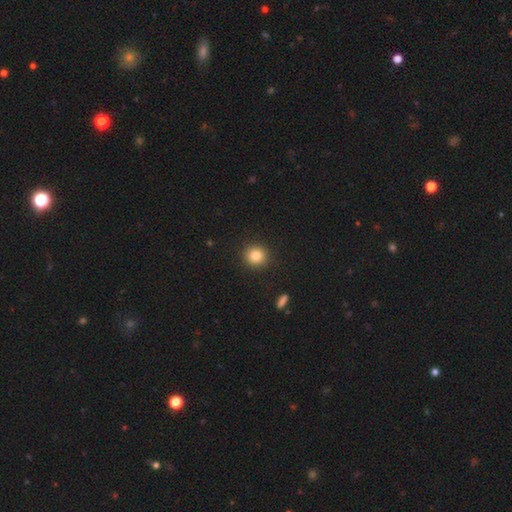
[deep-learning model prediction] smooth_or_featured: smooth (p=0.83) [alt: star or artifact p=0.11]
how_rounded: round (p=0.92) [alt: in between p=0.07]
merging: none (p=0.92) [alt: minor disturbance p=0.05]